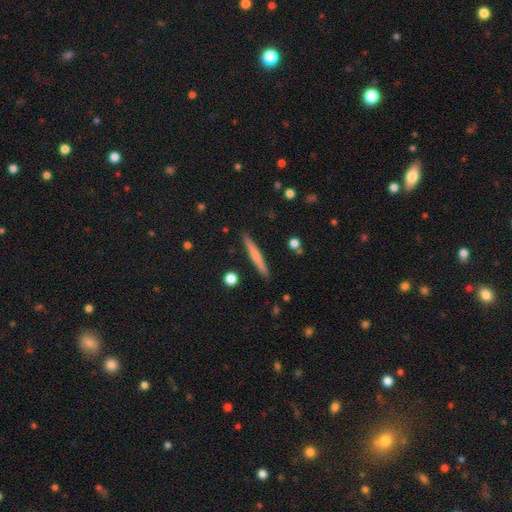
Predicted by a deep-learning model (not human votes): Q: Smooth or featured?
A: smooth (60%); runner-up: featured or disk (34%)
Q: How rounded?
A: cigar-shaped (96%); runner-up: in between (3%)
Q: Merging?
A: none (90%); runner-up: minor disturbance (7%)